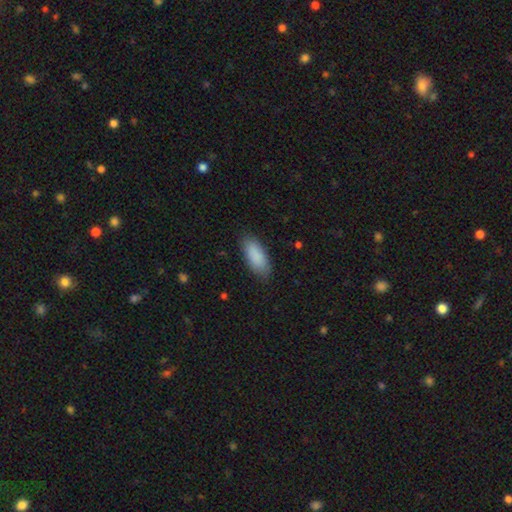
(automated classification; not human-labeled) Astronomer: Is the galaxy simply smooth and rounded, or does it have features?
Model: smooth — 89%.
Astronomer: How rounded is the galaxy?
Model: in between — 84%.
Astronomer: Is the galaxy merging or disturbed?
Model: none — 85%.